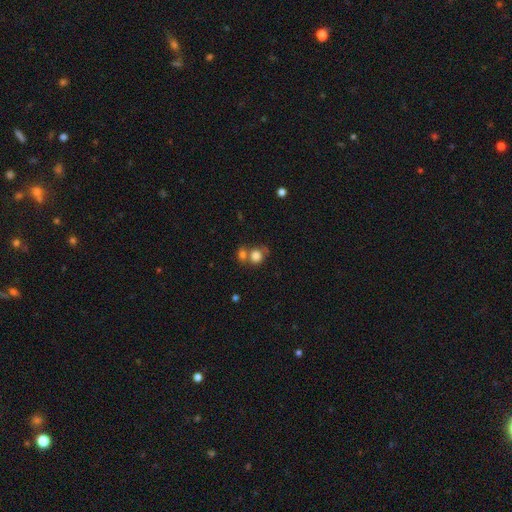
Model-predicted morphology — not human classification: smooth 80%, star or artifact 10%, featured or disk 10%. Down the decision tree: how rounded — round (77%); merging — none (41%).